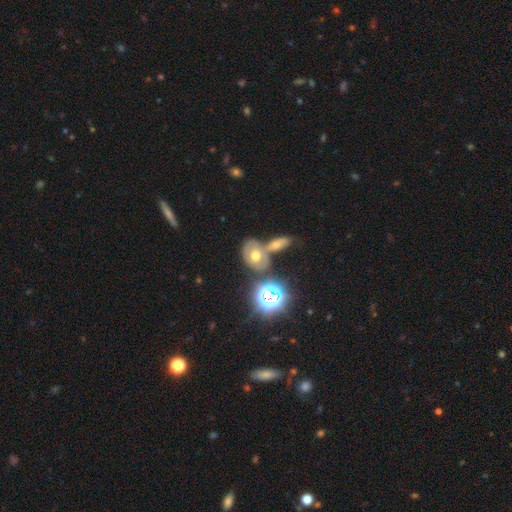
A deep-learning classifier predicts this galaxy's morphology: star or artifact 53%, smooth 32%, featured or disk 14%.